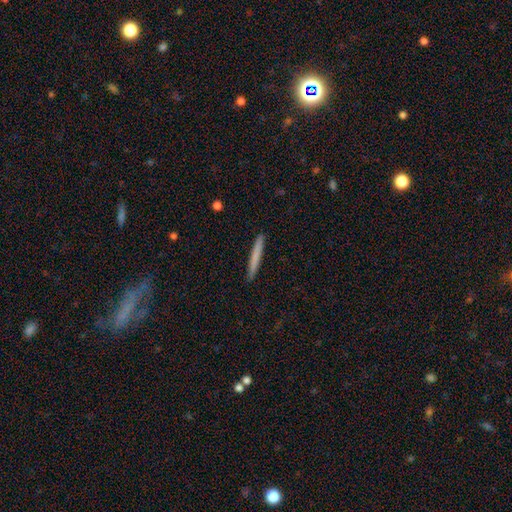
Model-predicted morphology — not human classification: The model was most divided on "smooth or featured": smooth: 73%, featured or disk: 22%, star or artifact: 6%. More confident: how rounded — cigar-shaped (97%); merging — none (92%).